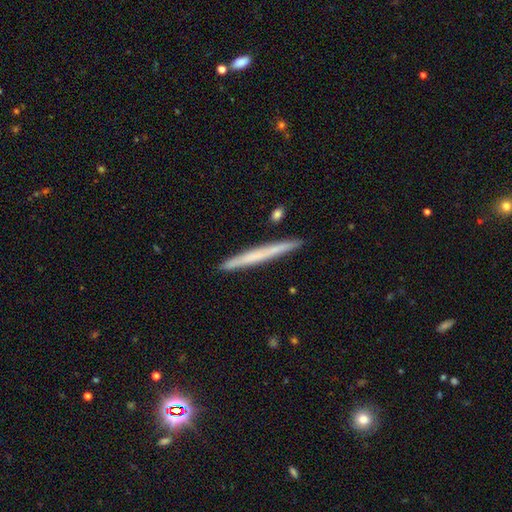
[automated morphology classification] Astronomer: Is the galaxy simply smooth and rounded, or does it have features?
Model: smooth — 53% (runner-up: featured or disk, 41%).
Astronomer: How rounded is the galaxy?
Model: cigar-shaped — 97%.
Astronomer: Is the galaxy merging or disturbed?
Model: none — 91%.